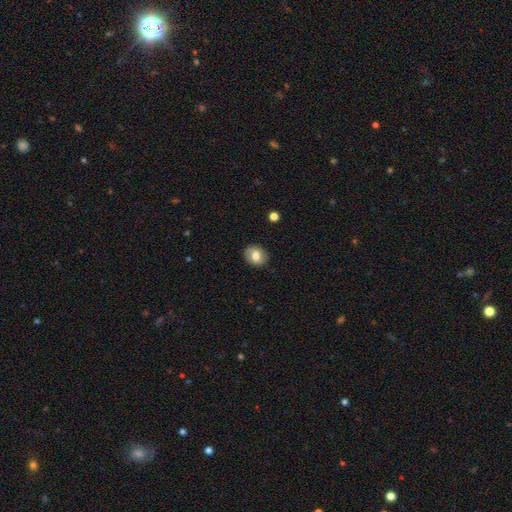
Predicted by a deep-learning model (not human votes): Smooth or featured? Predicted: smooth (p=0.66). How rounded? Predicted: round (p=0.62). Merging? Predicted: none (p=0.86).